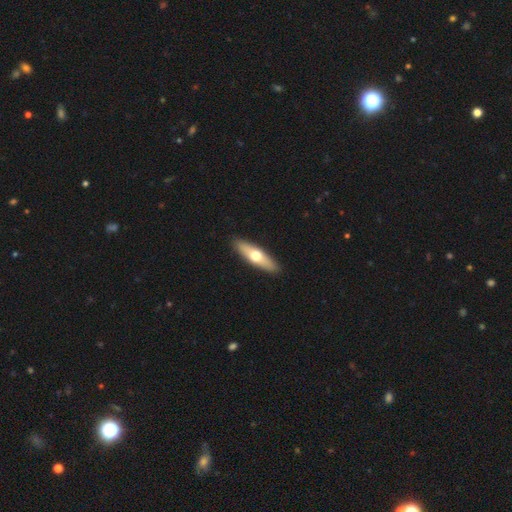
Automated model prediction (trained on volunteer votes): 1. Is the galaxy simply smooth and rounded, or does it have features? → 52% smooth, 44% featured or disk, 5% star or artifact.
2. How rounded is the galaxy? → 63% cigar-shaped, 34% in between, 2% round.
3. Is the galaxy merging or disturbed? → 91% none, 7% minor disturbance, 1% major disturbance, 1% merger.